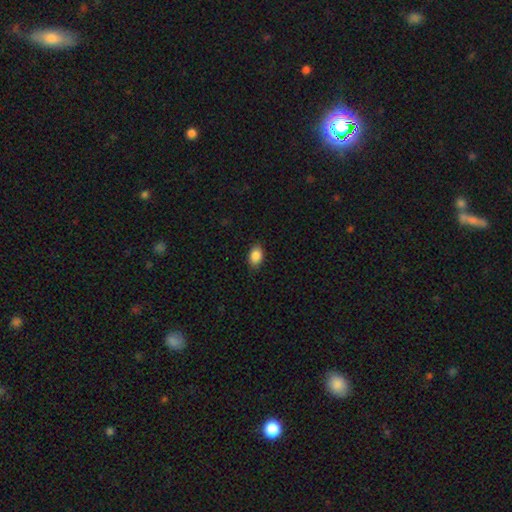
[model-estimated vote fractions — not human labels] This is clearly a smooth galaxy (88%). How rounded: clearly in between (85%). Merging: clearly none (86%).